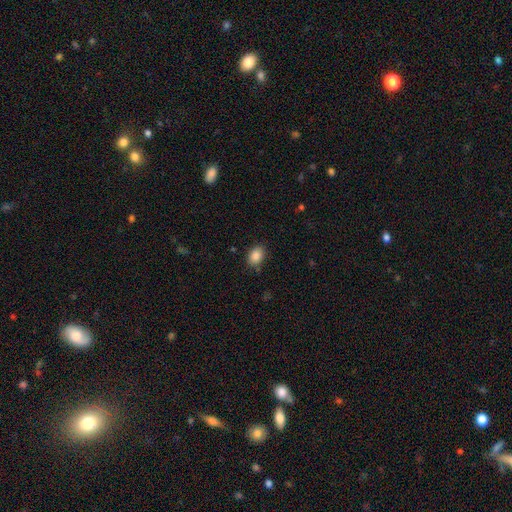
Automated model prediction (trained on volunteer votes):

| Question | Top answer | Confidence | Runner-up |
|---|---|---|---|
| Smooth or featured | smooth | 87% | star or artifact (9%) |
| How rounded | in between | 74% | round (25%) |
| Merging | none | 83% | minor disturbance (12%) |